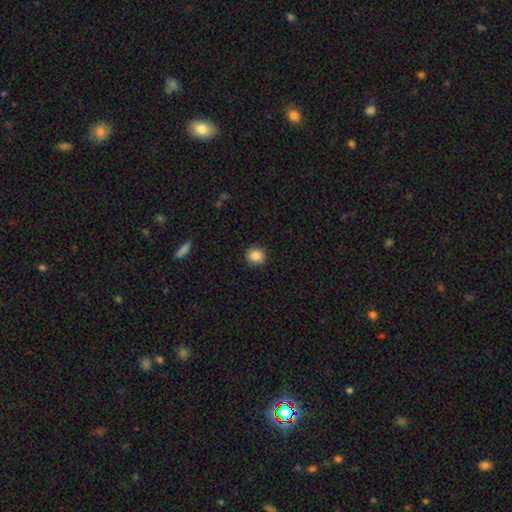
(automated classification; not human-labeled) A smooth galaxy with no disk features (86%) that is round (88%). Merging: none (91%).